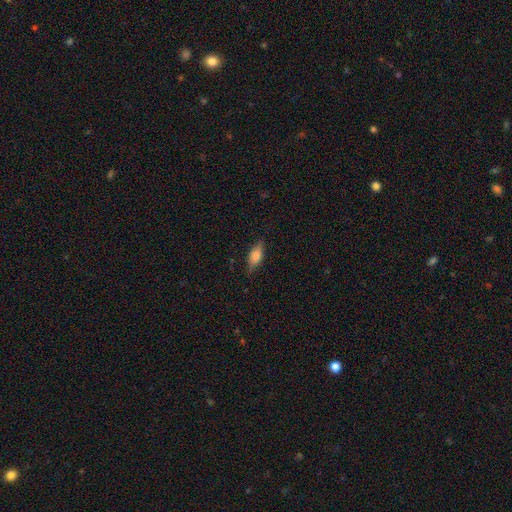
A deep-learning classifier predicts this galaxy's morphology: Smooth or featured: smooth — 59% (featured or disk — 33%)
How rounded: in between — 71% (cigar-shaped — 24%)
Merging: none — 81% (minor disturbance — 15%)